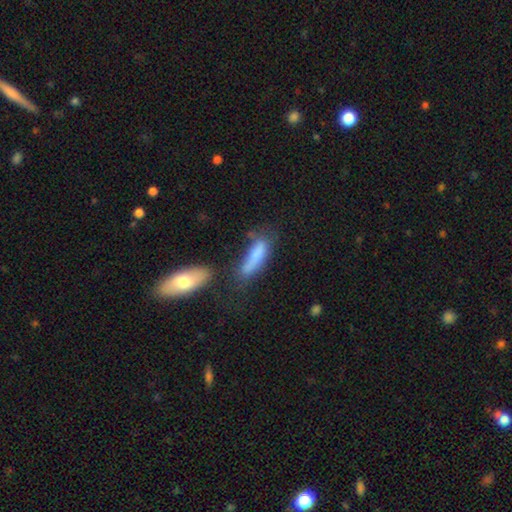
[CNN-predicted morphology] smooth_or_featured: smooth (p=0.73) [alt: featured or disk p=0.19]
how_rounded: cigar-shaped (p=0.58) [alt: in between p=0.39]
merging: none (p=0.36) [alt: merger p=0.24]